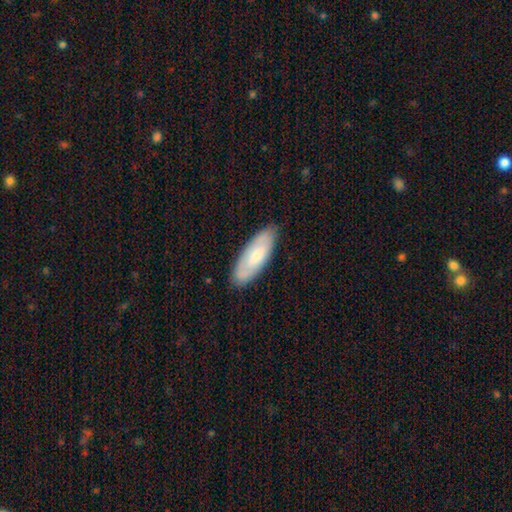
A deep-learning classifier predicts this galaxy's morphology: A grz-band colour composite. It shows a smooth galaxy with no disk features (58%) that is in between round and cigar-shaped (70%). Merging: none (82%).